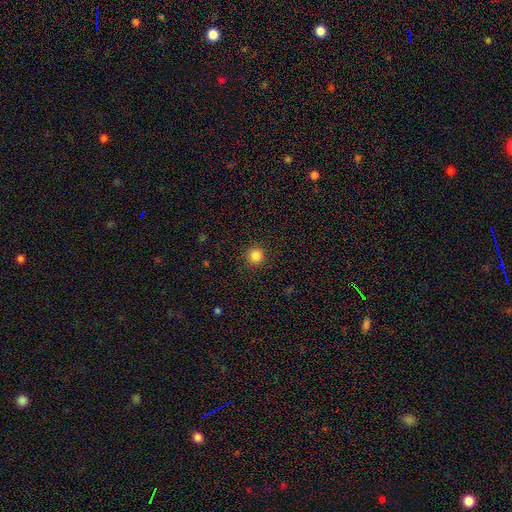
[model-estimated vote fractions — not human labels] smooth_or_featured: smooth (p=0.85) [alt: star or artifact p=0.12]
how_rounded: round (p=0.95) [alt: in between p=0.04]
merging: none (p=0.91) [alt: minor disturbance p=0.06]